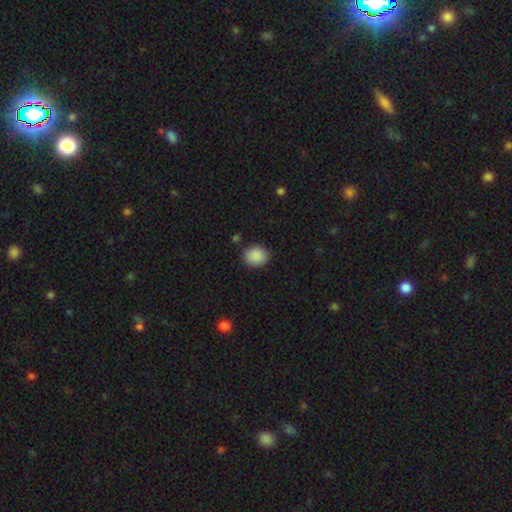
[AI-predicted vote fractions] Q: Smooth or featured?
A: smooth (89%); runner-up: star or artifact (8%)
Q: How rounded?
A: round (68%); runner-up: in between (31%)
Q: Merging?
A: none (86%); runner-up: minor disturbance (9%)